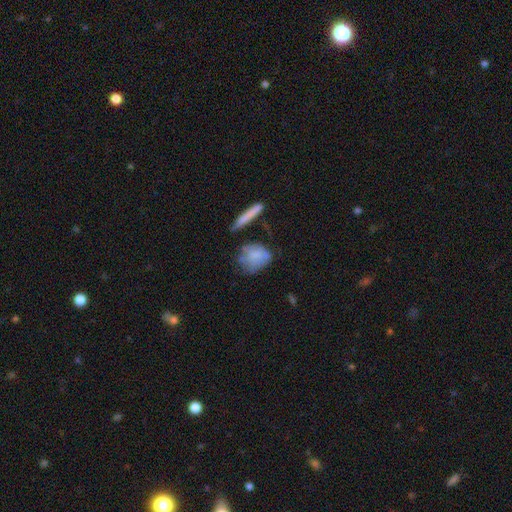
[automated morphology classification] The model was most divided on "how rounded": round: 55%, in between: 41%, cigar-shaped: 4%. Remaining: smooth or featured — smooth (70%); merging — none (50%).